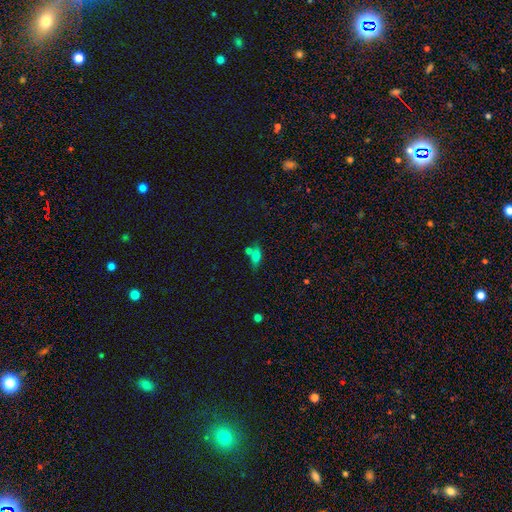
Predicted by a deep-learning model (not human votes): Smooth or featured? Predicted: smooth (p=0.65). How rounded? Predicted: in between (p=0.67). Merging? Predicted: none (p=0.53).